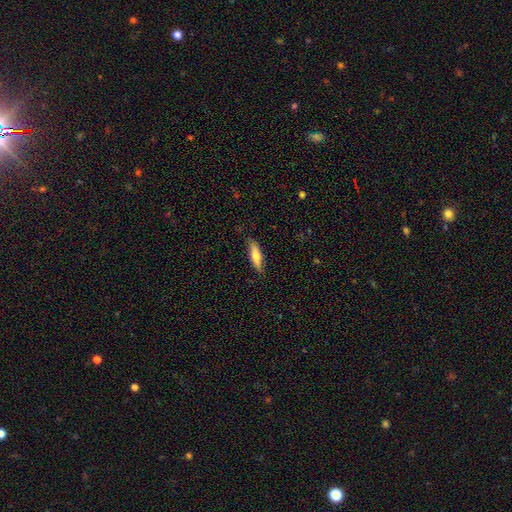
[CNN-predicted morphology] Smooth or featured? smooth (69%)
How rounded? cigar-shaped (64%)
Merging? none (82%)